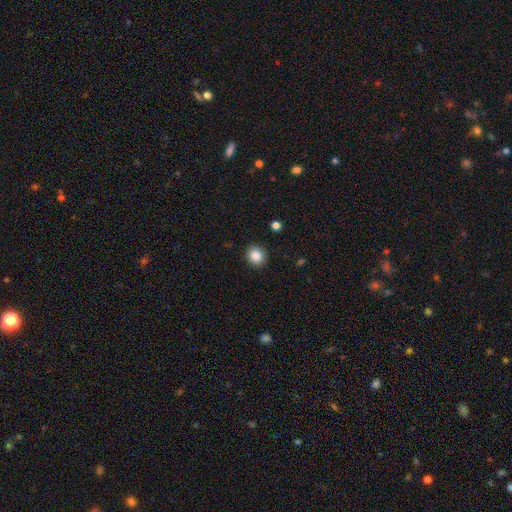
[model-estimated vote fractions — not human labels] Smooth or featured? smooth (86%)
How rounded? round (85%)
Merging? none (91%)